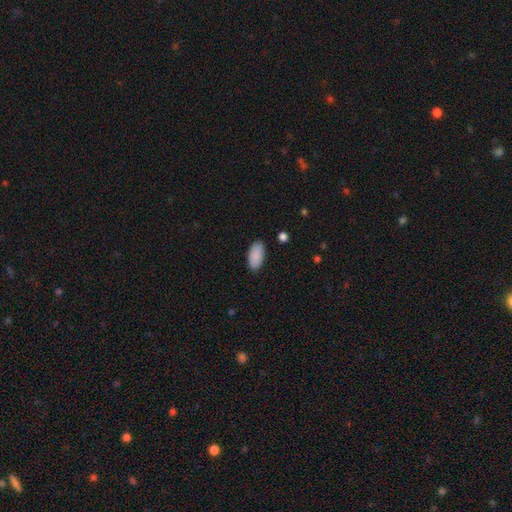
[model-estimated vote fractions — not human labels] Overall: smooth (90%). How rounded: in between (94%). Merging: none (88%).